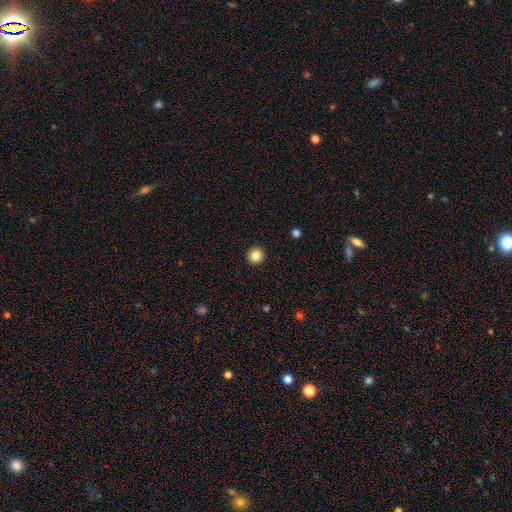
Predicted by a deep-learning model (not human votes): smooth-or-featured: smooth: 84% | star or artifact: 11% | featured or disk: 5%
  how-rounded: round: 96% | in between: 3% | cigar-shaped: 1%
  merging: none: 94% | minor disturbance: 4% | major disturbance: 1% | merger: 1%